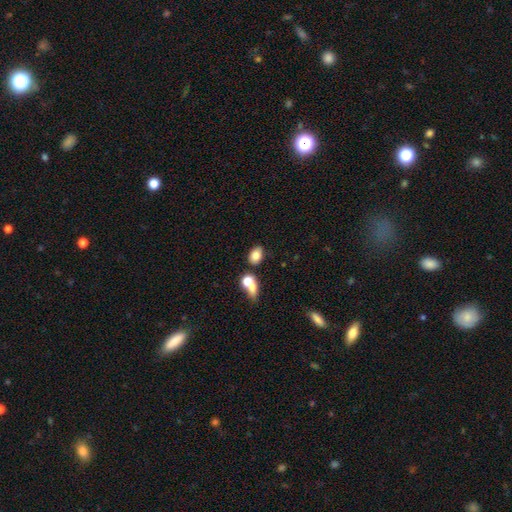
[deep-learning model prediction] A smooth galaxy with no disk features (79%) that is in between round and cigar-shaped (78%). Merging: none (59%).